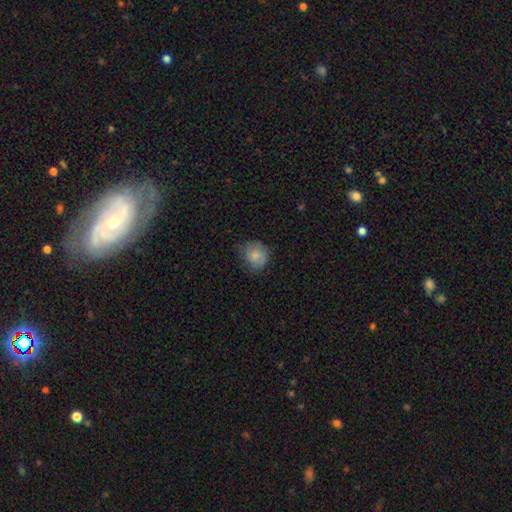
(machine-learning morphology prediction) Overall: smooth (79%). How rounded: round (83%). Merging: none (67%).